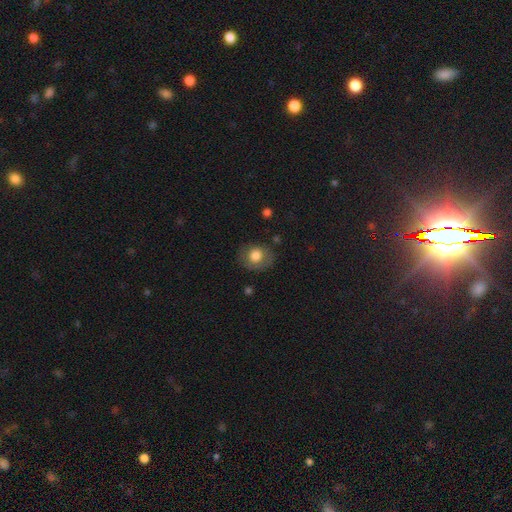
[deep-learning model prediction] smooth 74%, featured or disk 18%, star or artifact 8%. Down the decision tree: how rounded — round (68%); merging — none (73%).